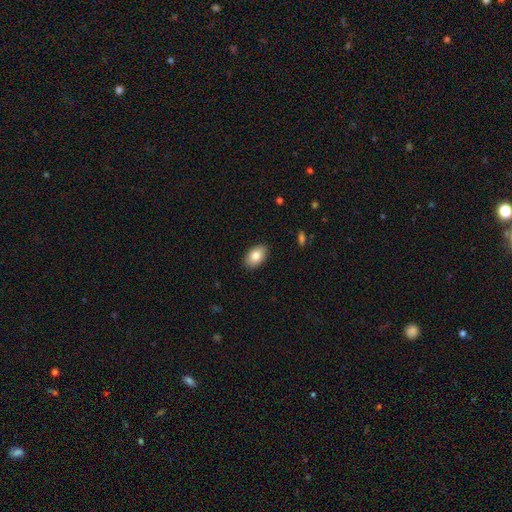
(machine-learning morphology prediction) Q: Smooth or featured?
A: smooth (82%); runner-up: featured or disk (10%)
Q: How rounded?
A: in between (91%); runner-up: round (8%)
Q: Merging?
A: none (89%); runner-up: minor disturbance (8%)